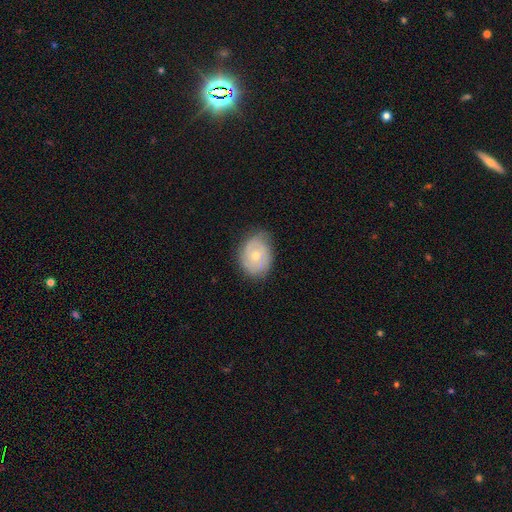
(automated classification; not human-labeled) A featured or disk galaxy (54%) with no bar (81%), spiral arms (67%) and a moderate central bulge (57%). Merging: none (68%).